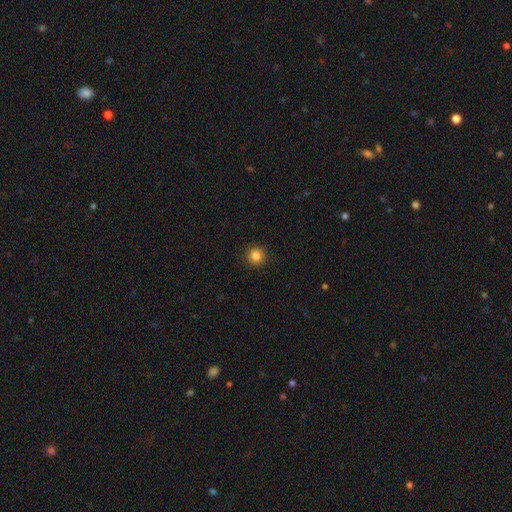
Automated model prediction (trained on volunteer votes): Smooth or featured? Predicted: smooth (p=0.85). How rounded? Predicted: round (p=0.95). Merging? Predicted: none (p=0.92).